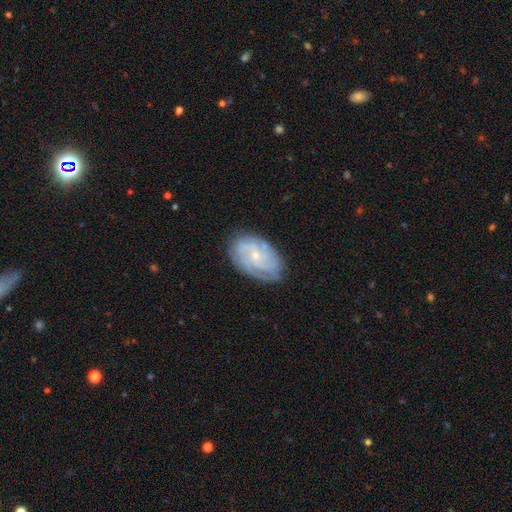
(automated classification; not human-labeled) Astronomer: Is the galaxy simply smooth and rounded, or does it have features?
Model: featured or disk — 80%.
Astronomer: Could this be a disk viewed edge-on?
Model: no — 97%.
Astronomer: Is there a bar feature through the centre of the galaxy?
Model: no — 67%.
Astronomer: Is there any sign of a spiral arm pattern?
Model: yes — 95%.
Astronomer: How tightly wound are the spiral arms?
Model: tight — 61%.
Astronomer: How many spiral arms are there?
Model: can't tell — 30% (runner-up: 3, 24%).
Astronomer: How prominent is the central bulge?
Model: small — 74%.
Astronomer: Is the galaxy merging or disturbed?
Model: none — 77%.